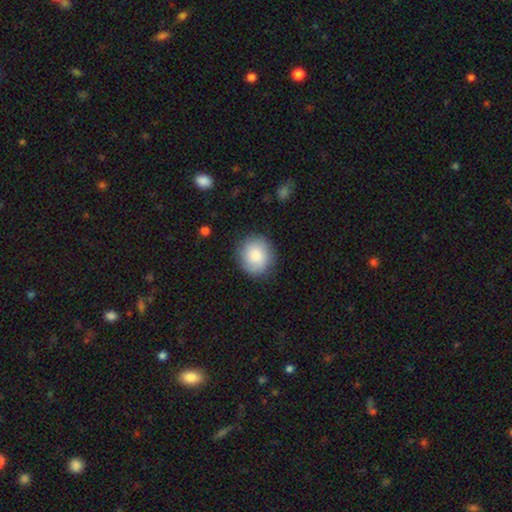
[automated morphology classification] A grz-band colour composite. It shows a smooth galaxy with no disk features (82%) that is round (83%). Merging: none (85%).